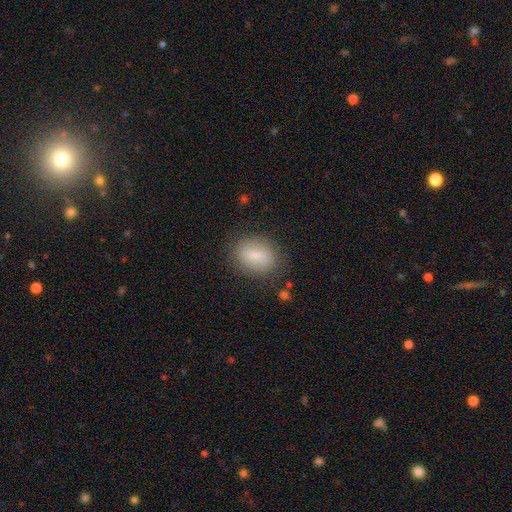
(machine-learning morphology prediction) smooth-or-featured: smooth: 72% | featured or disk: 20% | star or artifact: 8%
  how-rounded: in between: 65% | round: 33% | cigar-shaped: 2%
  merging: none: 82% | minor disturbance: 12% | major disturbance: 4% | merger: 2%